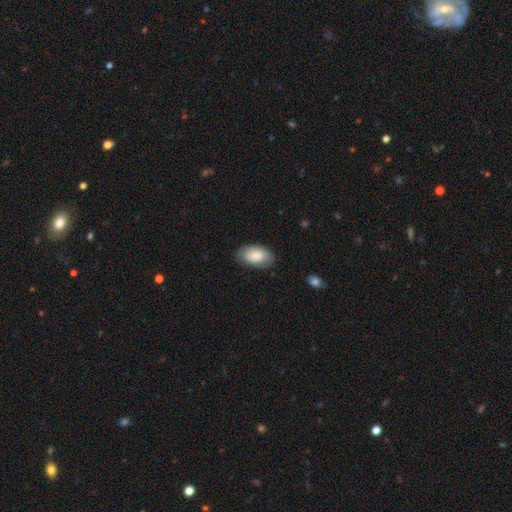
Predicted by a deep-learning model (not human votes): This is likely a smooth galaxy (79%). How rounded: clearly in between (94%). Merging: likely none (77%).